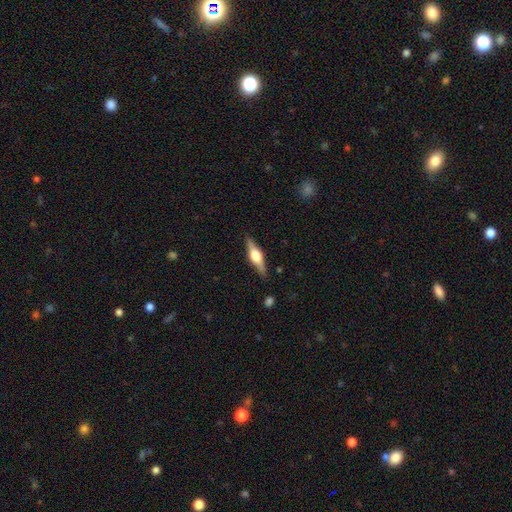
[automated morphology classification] Smooth or featured: featured or disk — 70% (smooth — 24%)
Edge-on disk: yes — 97% (no — 3%)
Edge-on bulge: rounded — 92% (boxy — 6%)
Merging: none — 87% (minor disturbance — 10%)